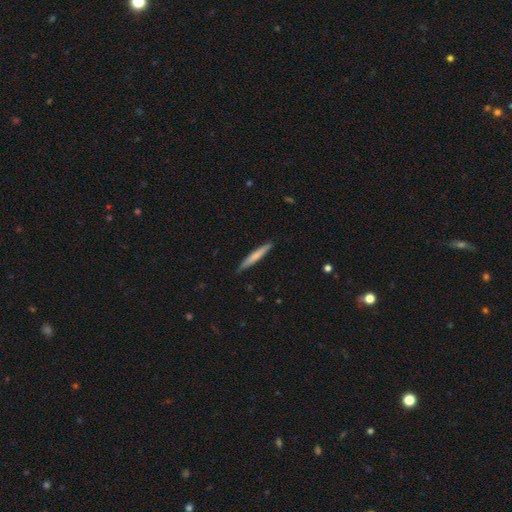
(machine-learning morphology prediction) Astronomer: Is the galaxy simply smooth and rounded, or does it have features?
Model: smooth — 68%.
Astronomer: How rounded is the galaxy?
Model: cigar-shaped — 96%.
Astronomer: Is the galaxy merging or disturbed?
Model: none — 88%.